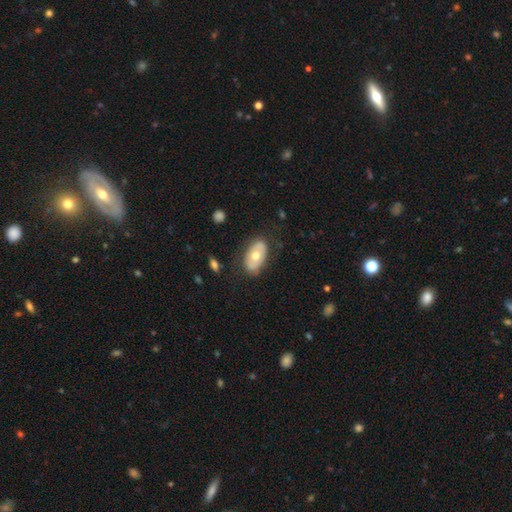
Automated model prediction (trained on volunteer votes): Smooth or featured?
  - smooth: 55% *
  - featured or disk: 39%
  - star or artifact: 6%
How rounded?
  - in between: 91% *
  - round: 7%
  - cigar-shaped: 2%
Merging?
  - none: 78% *
  - minor disturbance: 15%
  - major disturbance: 5%
  - merger: 1%